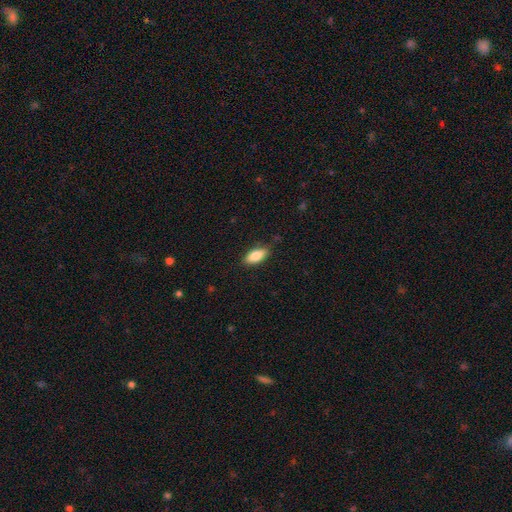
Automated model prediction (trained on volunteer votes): smooth-or-featured: smooth: 83% | featured or disk: 10% | star or artifact: 7%
  how-rounded: in between: 84% | cigar-shaped: 13% | round: 3%
  merging: none: 84% | minor disturbance: 13% | major disturbance: 3% | merger: 1%